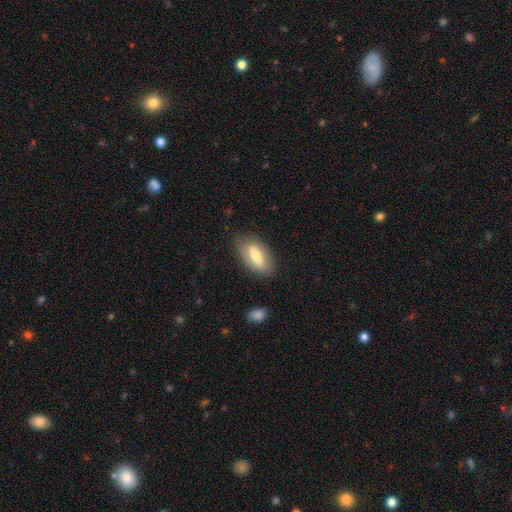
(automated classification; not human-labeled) The model was most divided on "smooth or featured": smooth: 63%, featured or disk: 30%, star or artifact: 6%. More confident: how rounded — in between (85%); merging — none (79%).